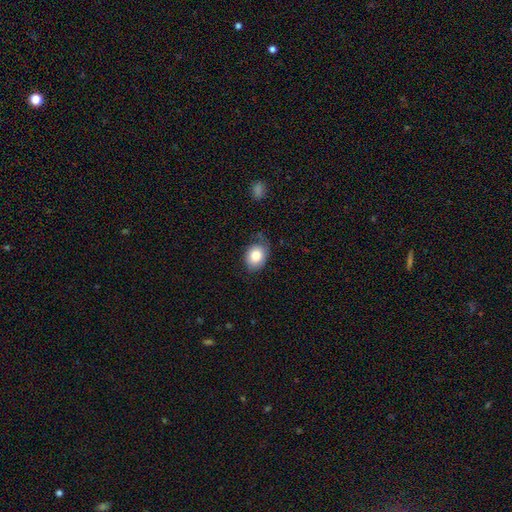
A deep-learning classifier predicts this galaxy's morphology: Smooth or featured: smooth — 81% (featured or disk — 11%)
How rounded: in between — 62% (round — 37%)
Merging: none — 67% (minor disturbance — 25%)